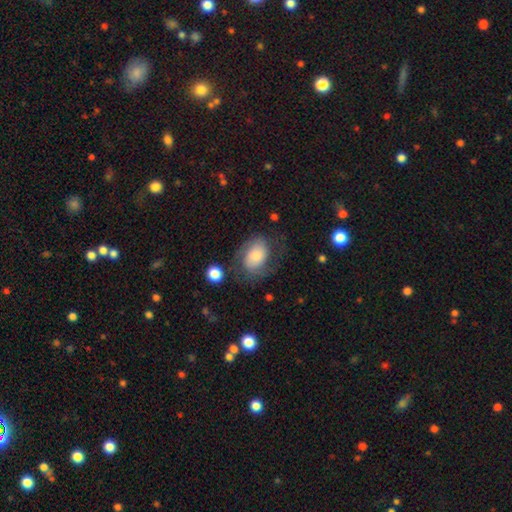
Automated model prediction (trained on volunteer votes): The model was most divided on "smooth or featured": featured or disk: 50%, smooth: 41%, star or artifact: 9%. More confident: merging — none (60%).